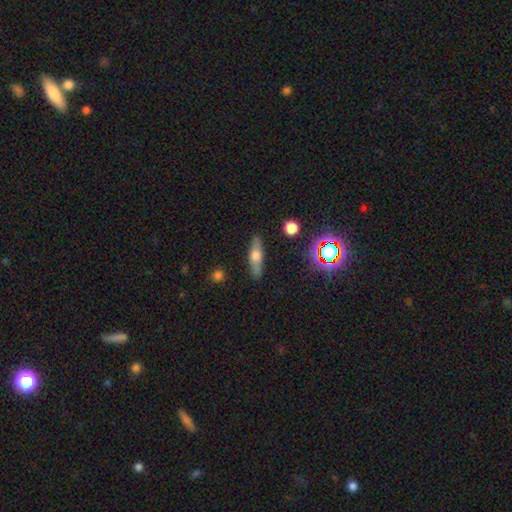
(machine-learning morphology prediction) smooth-or-featured: smooth: 48% | featured or disk: 43% | star or artifact: 10%
  merging: none: 86% | minor disturbance: 10% | major disturbance: 3% | merger: 2%